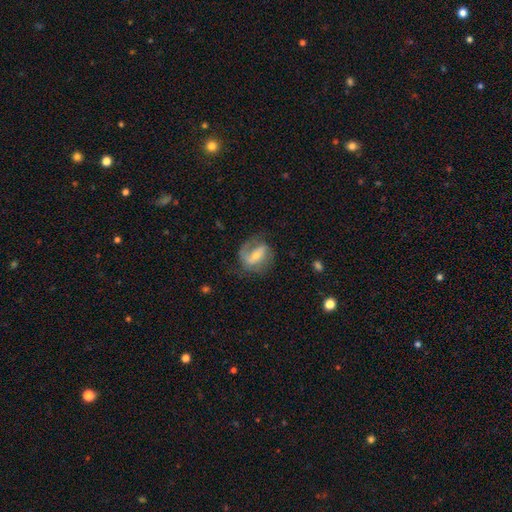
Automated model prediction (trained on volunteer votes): smooth_or_featured: featured or disk (p=0.73) [alt: smooth p=0.20]
disk_edge_on: no (p=0.97) [alt: yes p=0.03]
bar: weak (p=0.43) [alt: strong p=0.34]
has_spiral_arms: yes (p=0.89) [alt: no p=0.11]
spiral_winding: medium (p=0.45) [alt: loose p=0.31]
spiral_arm_count: 2 (p=0.56) [alt: 1 p=0.31]
bulge_size: small (p=0.50) [alt: moderate p=0.39]
merging: none (p=0.55) [alt: minor disturbance p=0.22]